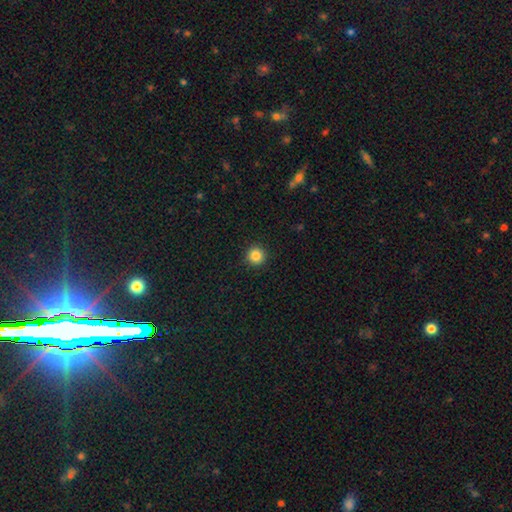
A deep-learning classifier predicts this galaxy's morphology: Smooth or featured?
  - smooth: 85% *
  - star or artifact: 11%
  - featured or disk: 4%
How rounded?
  - round: 95% *
  - in between: 4%
  - cigar-shaped: 1%
Merging?
  - none: 93% *
  - minor disturbance: 5%
  - major disturbance: 2%
  - merger: 1%